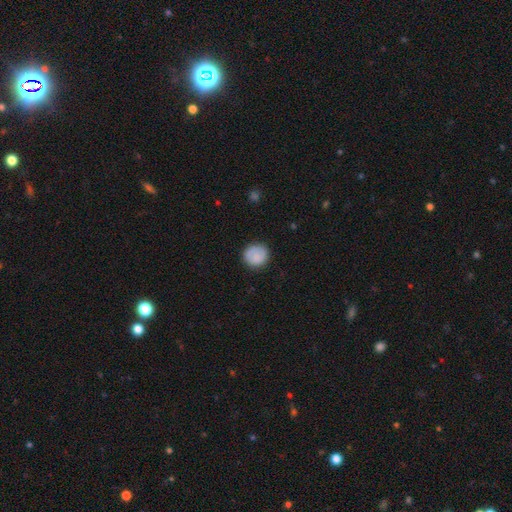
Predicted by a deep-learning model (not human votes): Smooth or featured? smooth (82%)
How rounded? round (91%)
Merging? none (85%)